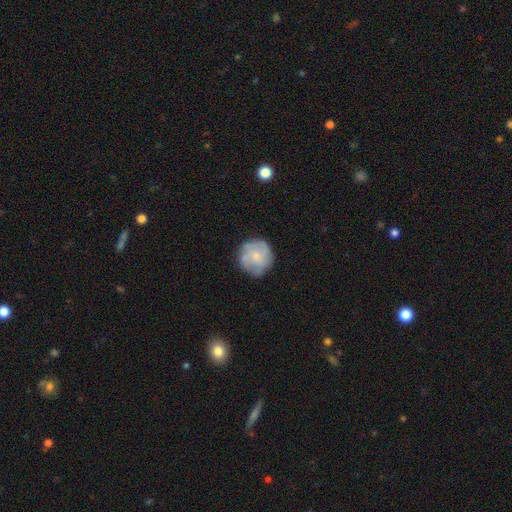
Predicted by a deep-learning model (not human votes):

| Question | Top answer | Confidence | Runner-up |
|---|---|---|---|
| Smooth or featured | featured or disk | 48% | smooth (45%) |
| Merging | none | 75% | minor disturbance (18%) |